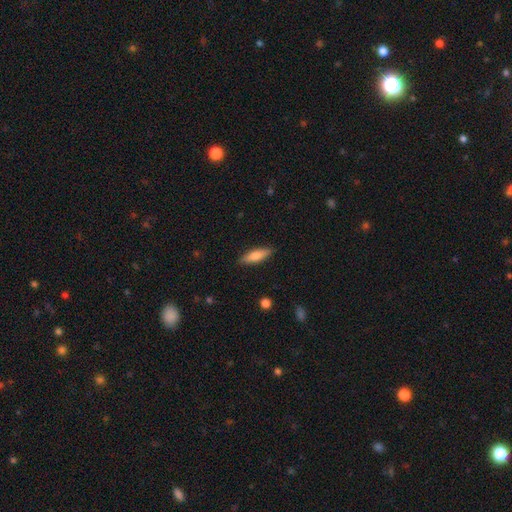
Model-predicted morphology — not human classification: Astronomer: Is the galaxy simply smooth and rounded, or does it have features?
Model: smooth — 75%.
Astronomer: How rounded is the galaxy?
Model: cigar-shaped — 53% (runner-up: in between, 45%).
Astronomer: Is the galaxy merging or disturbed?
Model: none — 88%.